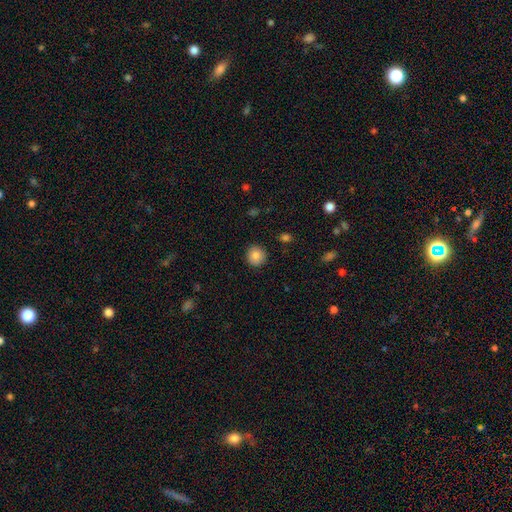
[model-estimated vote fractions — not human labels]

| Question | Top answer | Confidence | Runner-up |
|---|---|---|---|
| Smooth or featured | smooth | 85% | star or artifact (9%) |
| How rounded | round | 93% | in between (6%) |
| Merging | none | 91% | minor disturbance (6%) |